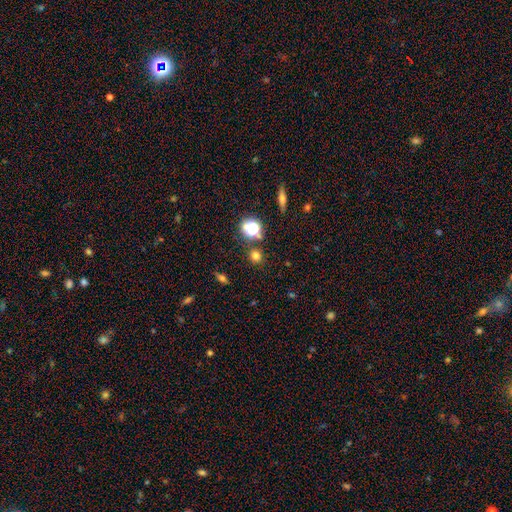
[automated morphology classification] Smooth or featured? Predicted: smooth (p=0.70). How rounded? Predicted: round (p=0.88). Merging? Predicted: none (p=0.83).